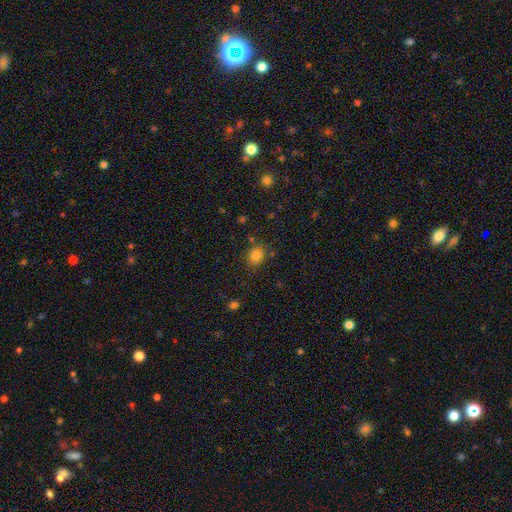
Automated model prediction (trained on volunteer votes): Smooth or featured? Predicted: smooth (p=0.81). How rounded? Predicted: round (p=0.58). Merging? Predicted: none (p=0.74).